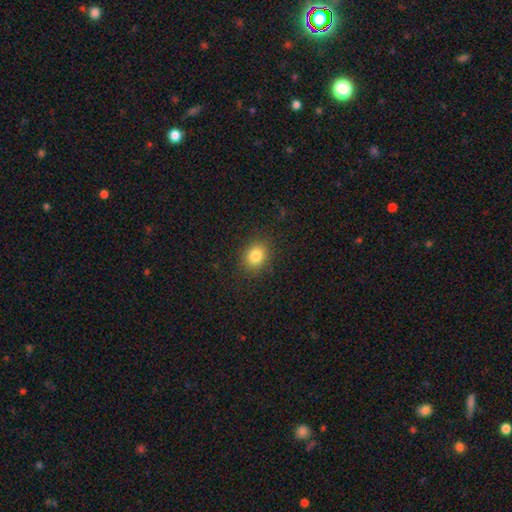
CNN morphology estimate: A smooth galaxy with no disk features (83%) that is round (59%). Merging: none (88%).